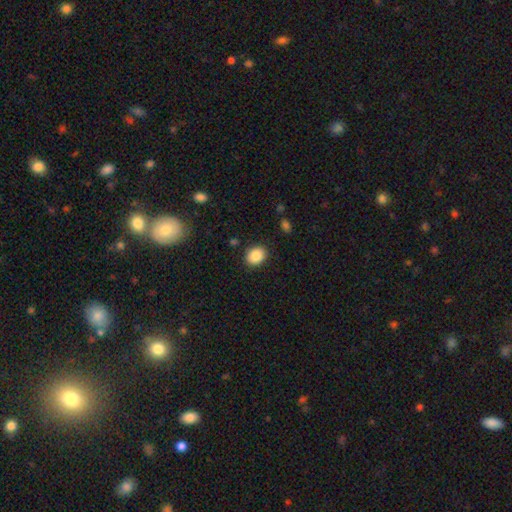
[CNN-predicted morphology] A smooth galaxy with no disk features (87%) that is in between round and cigar-shaped (50%, tied with round).

Vote fractions:
- Smooth or featured? smooth: 87% / star or artifact: 9% / featured or disk: 5%
- How rounded? in between: 50% (tied) / round: 50% (tied) / cigar-shaped: 1%
- Merging? none: 88% / minor disturbance: 8% / major disturbance: 2% / merger: 1%